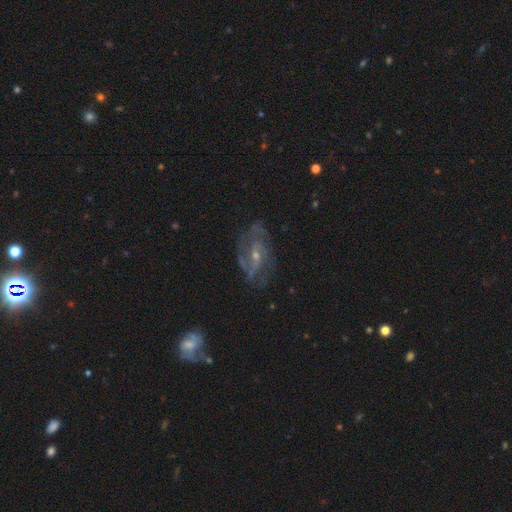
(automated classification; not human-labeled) featured or disk 80%, smooth 11%, star or artifact 9%. Down the decision tree: edge-on disk — no (95%); bar — weak (46%); spiral arms — yes (88%); spiral arm count — 2 (55%); spiral winding — medium (47%); bulge size — small (62%); merging — none (66%).